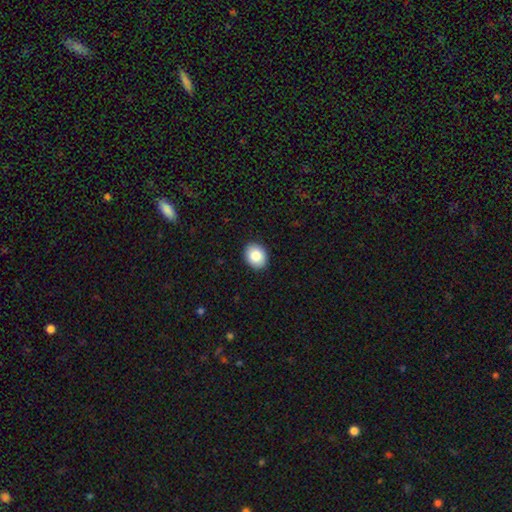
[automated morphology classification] A smooth galaxy with no disk features (85%) that is in between round and cigar-shaped (54%). Merging: none (91%).